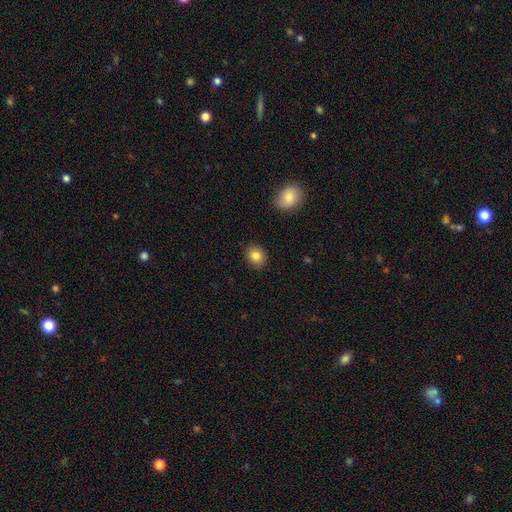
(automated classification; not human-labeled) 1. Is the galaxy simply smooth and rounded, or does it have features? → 84% smooth, 9% star or artifact, 7% featured or disk.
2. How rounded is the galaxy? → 68% round, 31% in between, 1% cigar-shaped.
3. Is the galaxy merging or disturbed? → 88% none, 9% minor disturbance, 2% major disturbance, 1% merger.